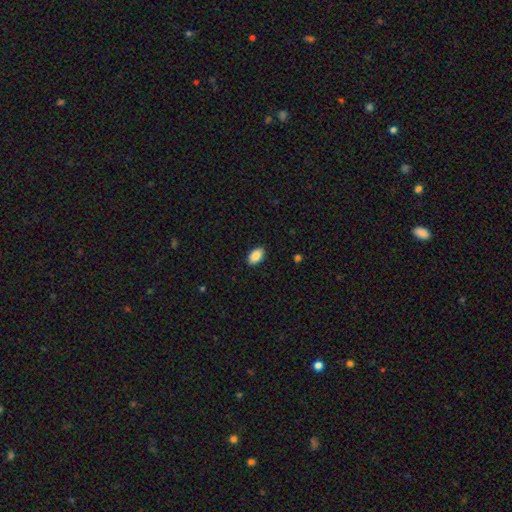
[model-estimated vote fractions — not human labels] The model was most divided on "smooth or featured": smooth: 88%, star or artifact: 7%, featured or disk: 5%. More confident: how rounded — in between (93%); merging — none (90%).